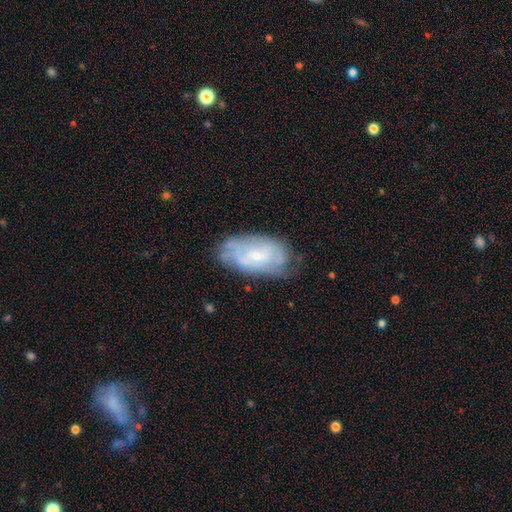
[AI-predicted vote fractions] featured or disk 64%, smooth 28%, star or artifact 8%. Down the decision tree: edge-on disk — no (94%); bar — no (56%); spiral arms — yes (70%); bulge size — small (70%); merging — none (63%).